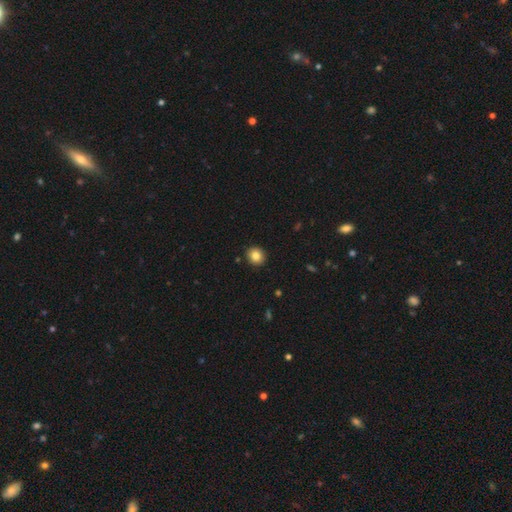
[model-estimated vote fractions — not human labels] Smooth or featured: smooth — 84% (star or artifact — 10%)
How rounded: round — 82% (in between — 17%)
Merging: none — 91% (minor disturbance — 6%)